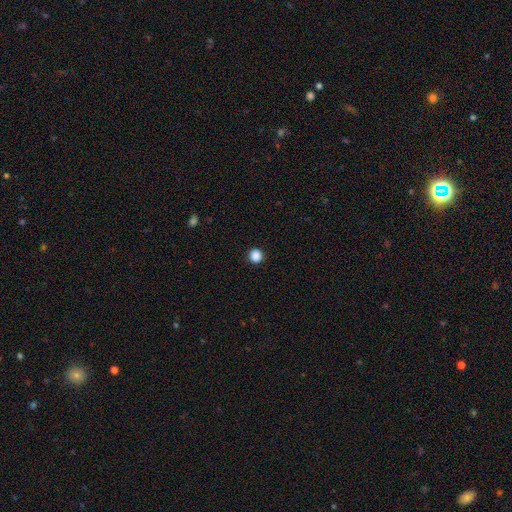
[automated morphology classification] This is clearly a smooth galaxy (87%). How rounded: clearly round (95%). Merging: clearly none (93%).